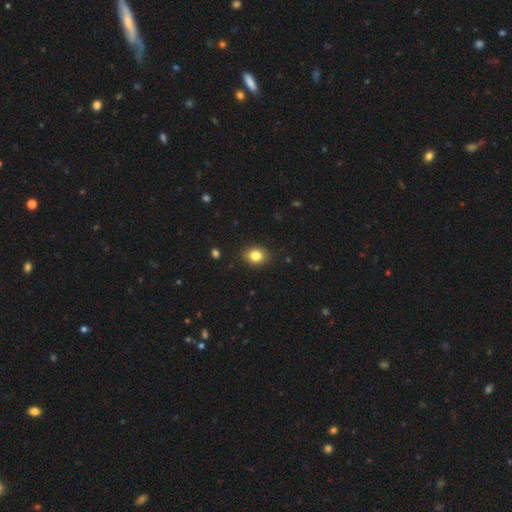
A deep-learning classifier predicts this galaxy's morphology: Smooth or featured? smooth (83%)
How rounded? in between (54%)
Merging? none (87%)